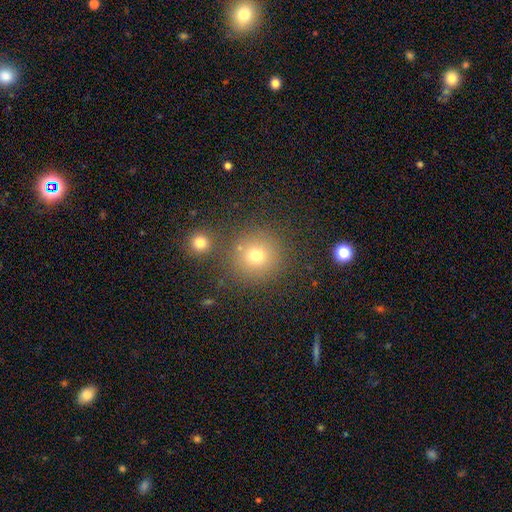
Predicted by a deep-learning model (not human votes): Smooth or featured: smooth — 74% (star or artifact — 17%)
How rounded: round — 93% (in between — 6%)
Merging: none — 81% (minor disturbance — 8%)